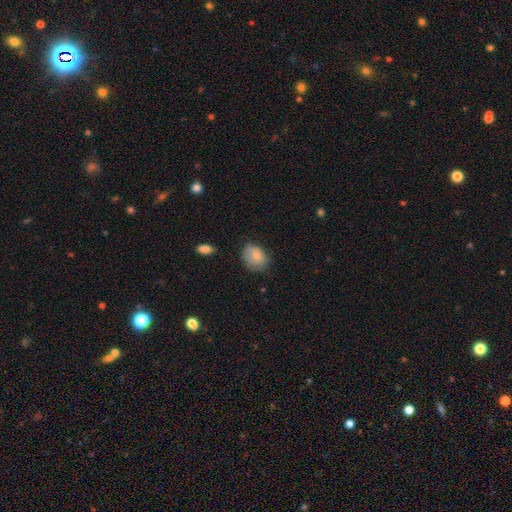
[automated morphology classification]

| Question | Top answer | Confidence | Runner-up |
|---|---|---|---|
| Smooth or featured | smooth | 80% | featured or disk (12%) |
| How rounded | in between | 63% | round (36%) |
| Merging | none | 65% | minor disturbance (27%) |